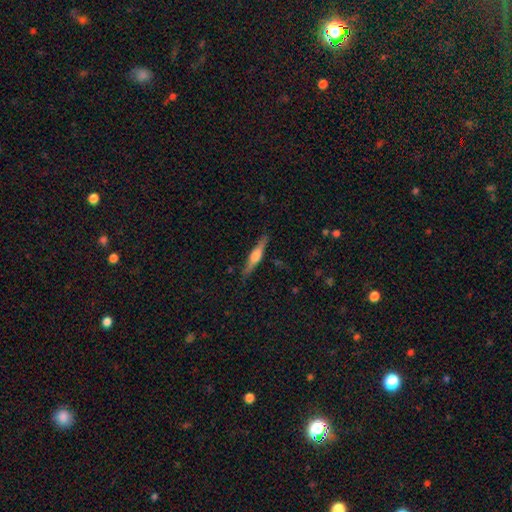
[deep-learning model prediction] Q: Smooth or featured?
A: featured or disk (58%); runner-up: smooth (36%)
Q: Edge-on disk?
A: yes (96%); runner-up: no (4%)
Q: Edge-on bulge?
A: rounded (80%); runner-up: boxy (14%)
Q: Merging?
A: none (87%); runner-up: minor disturbance (10%)